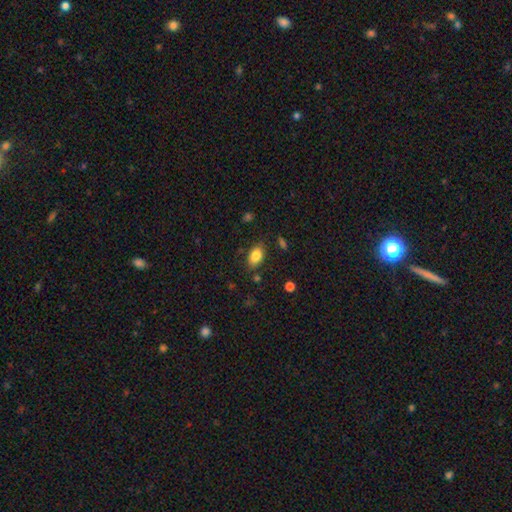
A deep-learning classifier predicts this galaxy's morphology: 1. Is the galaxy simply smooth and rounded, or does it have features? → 84% smooth, 8% star or artifact, 7% featured or disk.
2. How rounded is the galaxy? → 89% in between, 9% round, 2% cigar-shaped.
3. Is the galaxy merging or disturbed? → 82% none, 13% minor disturbance, 3% major disturbance, 3% merger.